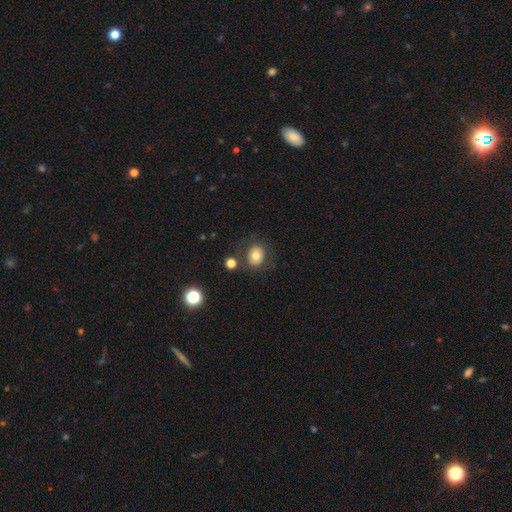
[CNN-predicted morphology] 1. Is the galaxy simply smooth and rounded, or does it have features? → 73% smooth, 16% featured or disk, 11% star or artifact.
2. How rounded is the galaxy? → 62% round, 37% in between, 1% cigar-shaped.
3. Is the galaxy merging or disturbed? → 76% none, 12% minor disturbance, 6% major disturbance, 5% merger.